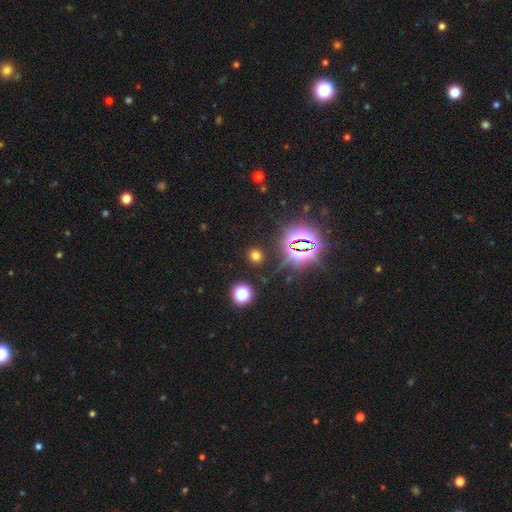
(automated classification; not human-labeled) smooth_or_featured: smooth (p=0.61) [alt: star or artifact p=0.33]
how_rounded: round (p=0.82) [alt: in between p=0.17]
merging: none (p=0.86) [alt: minor disturbance p=0.07]